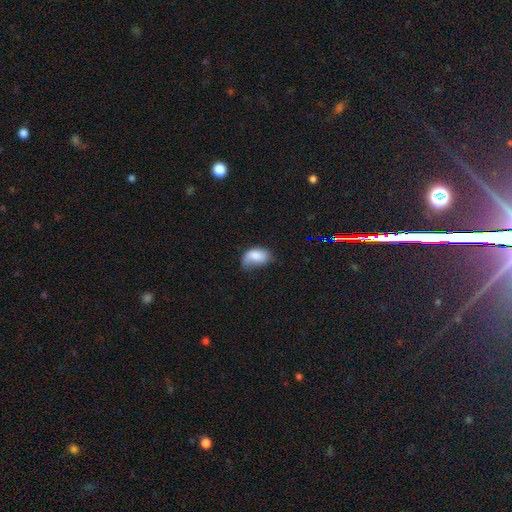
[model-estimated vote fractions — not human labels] smooth 75%, featured or disk 17%, star or artifact 8%. Down the decision tree: how rounded — in between (89%); merging — minor disturbance (41%).